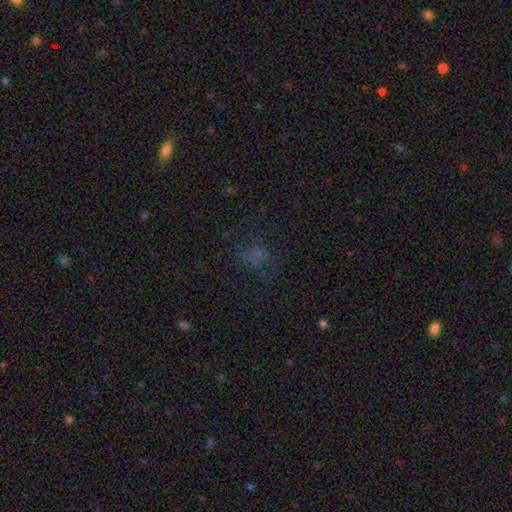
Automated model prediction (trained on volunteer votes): Smooth or featured? Predicted: smooth (p=0.59). How rounded? Predicted: round (p=0.53). Merging? Predicted: none (p=0.60).